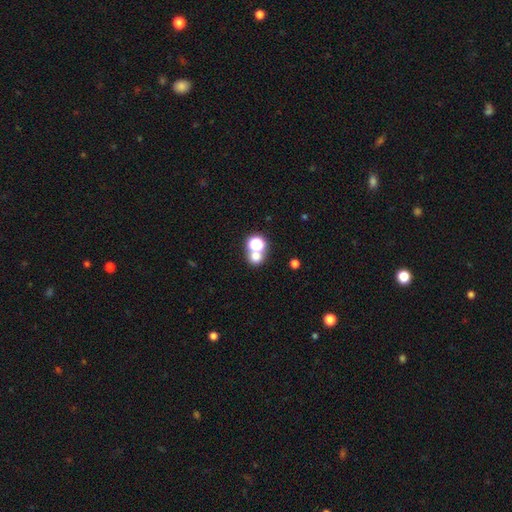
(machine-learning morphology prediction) This is likely a smooth galaxy (63%). How rounded: likely round (79%). Merging: possibly none (51%).